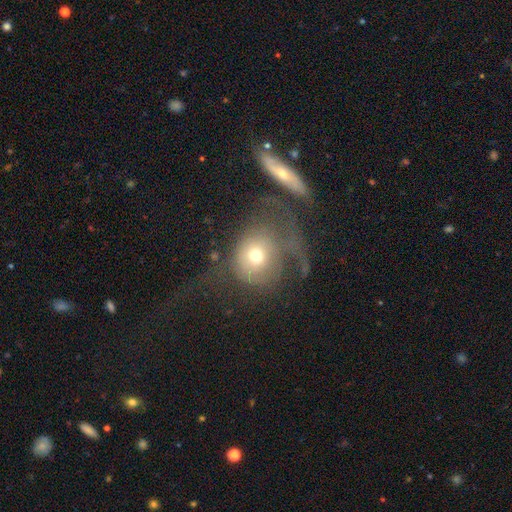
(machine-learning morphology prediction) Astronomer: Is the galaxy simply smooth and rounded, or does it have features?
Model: smooth — 56% (runner-up: featured or disk, 32%).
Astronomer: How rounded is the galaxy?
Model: round — 81%.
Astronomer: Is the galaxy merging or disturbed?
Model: major disturbance — 62%.